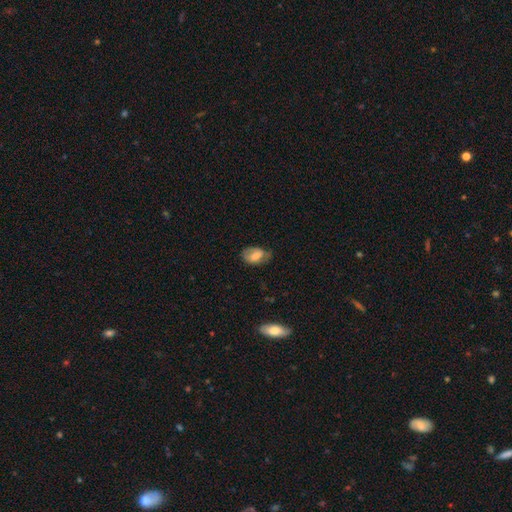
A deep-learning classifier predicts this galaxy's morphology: Smooth or featured: smooth — 59% (featured or disk — 34%)
How rounded: in between — 85% (round — 14%)
Merging: none — 55% (minor disturbance — 32%)